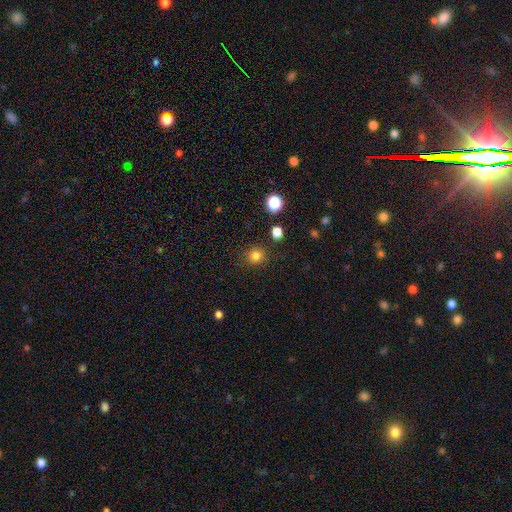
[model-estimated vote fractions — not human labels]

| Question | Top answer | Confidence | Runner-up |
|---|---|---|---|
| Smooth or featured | smooth | 82% | star or artifact (13%) |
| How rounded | round | 90% | in between (9%) |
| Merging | none | 87% | minor disturbance (8%) |